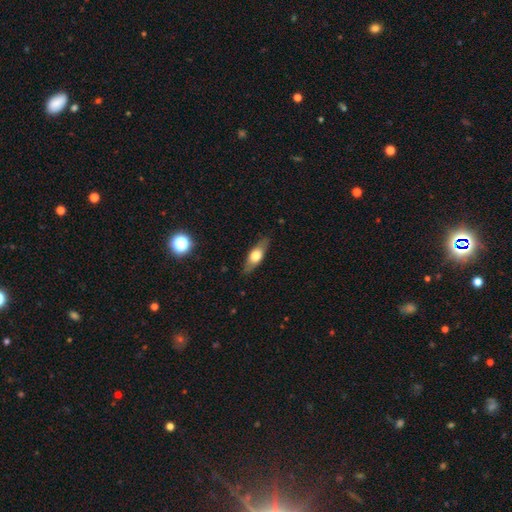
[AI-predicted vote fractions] This is possibly a smooth galaxy (55%). How rounded: possibly in between (60%). Merging: clearly none (83%).